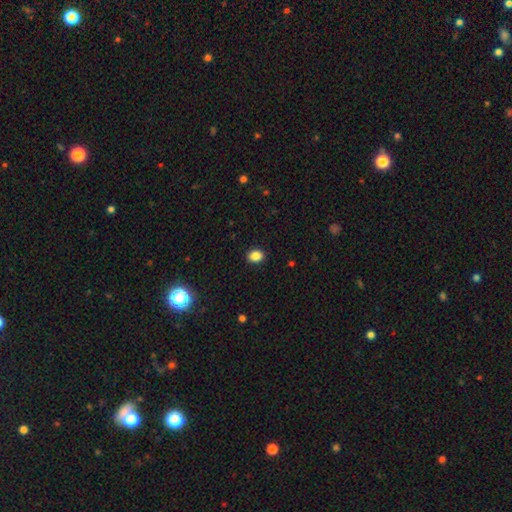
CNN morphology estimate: Smooth or featured?
  - smooth: 86% *
  - star or artifact: 10%
  - featured or disk: 4%
How rounded?
  - round: 50% * (tied)
  - in between: 50% * (tied)
  - cigar-shaped: 1%
Merging?
  - none: 91% *
  - minor disturbance: 6%
  - major disturbance: 2%
  - merger: 1%